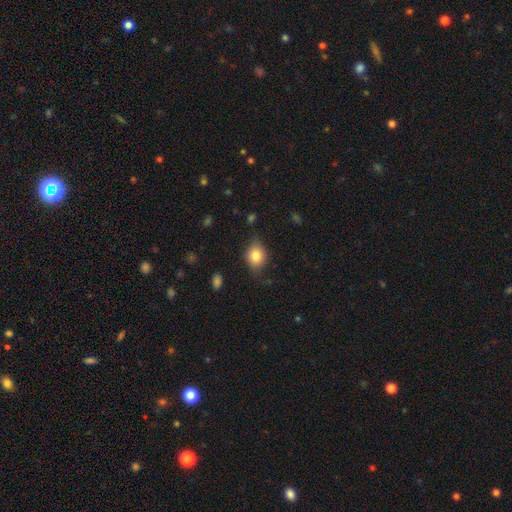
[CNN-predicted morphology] This is likely a smooth galaxy (79%). How rounded: possibly in between (50%). Merging: likely none (70%).